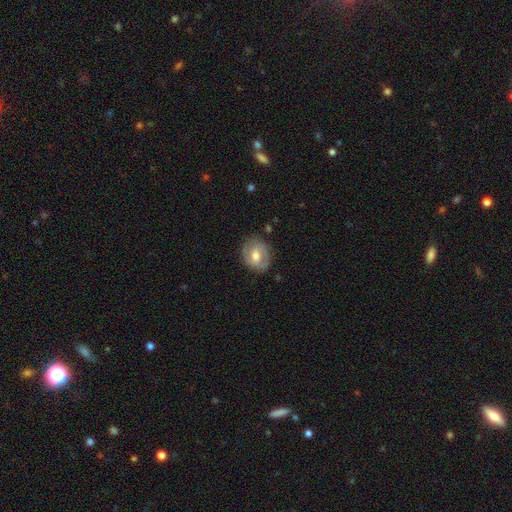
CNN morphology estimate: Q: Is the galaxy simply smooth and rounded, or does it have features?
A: smooth — 47%.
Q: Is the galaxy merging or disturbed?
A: none — 76%.